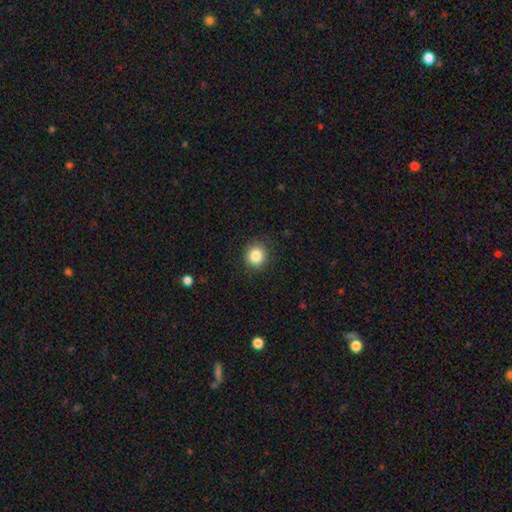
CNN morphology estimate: Smooth or featured?
  - smooth: 85% *
  - star or artifact: 10%
  - featured or disk: 5%
How rounded?
  - round: 89% *
  - in between: 10%
  - cigar-shaped: 1%
Merging?
  - none: 89% *
  - minor disturbance: 8%
  - major disturbance: 2%
  - merger: 1%